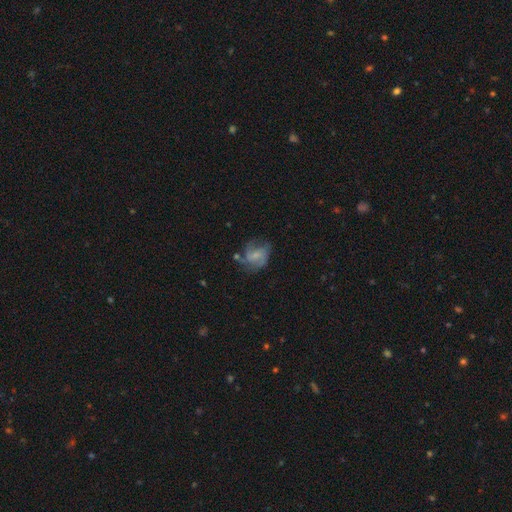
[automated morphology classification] A featured or disk galaxy (63%) with no bar (56%), 2 (35%) medium (48%) spiral arms (81%) and a small central bulge (52%). Merging: none (50%).